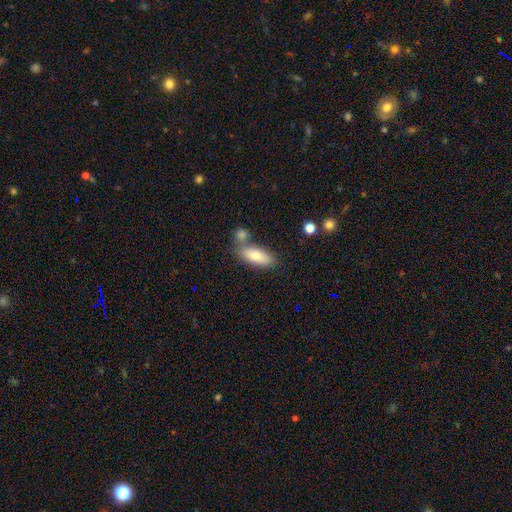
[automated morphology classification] type=smooth (78%); roundness=in between (76%); merging=none (56%).